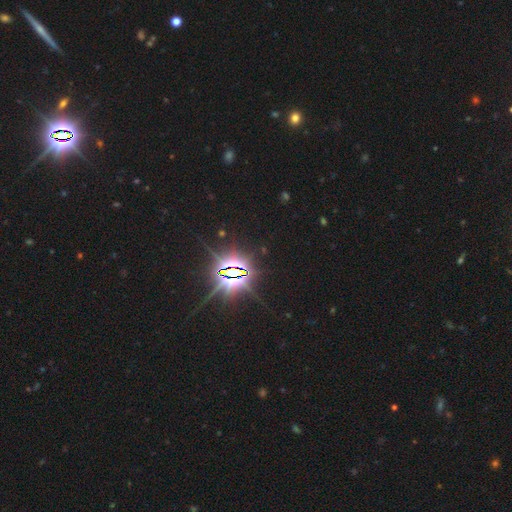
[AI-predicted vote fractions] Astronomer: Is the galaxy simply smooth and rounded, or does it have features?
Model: star or artifact — 87%.